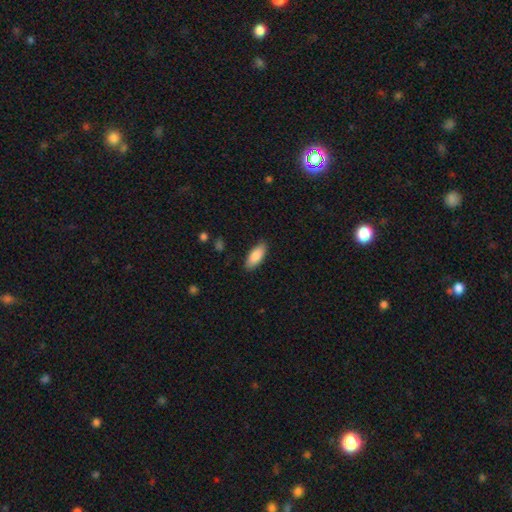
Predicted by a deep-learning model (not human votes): Morphology: type=smooth (87%); roundness=in between (83%); merging=none (88%).